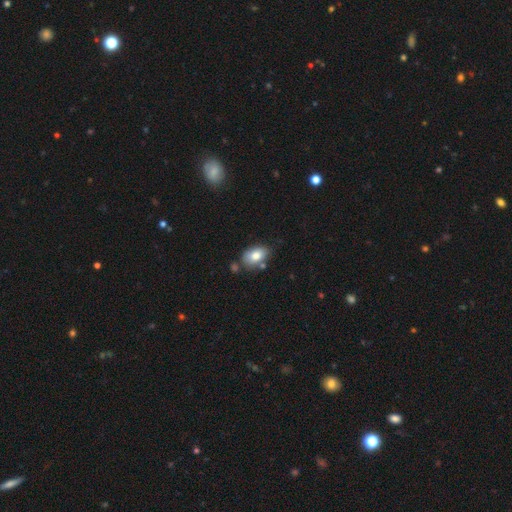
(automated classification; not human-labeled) The model was most divided on "merging": none: 64%, minor disturbance: 20%, merger: 12%, major disturbance: 5%. More confident: how rounded — in between (89%); smooth or featured — smooth (80%).